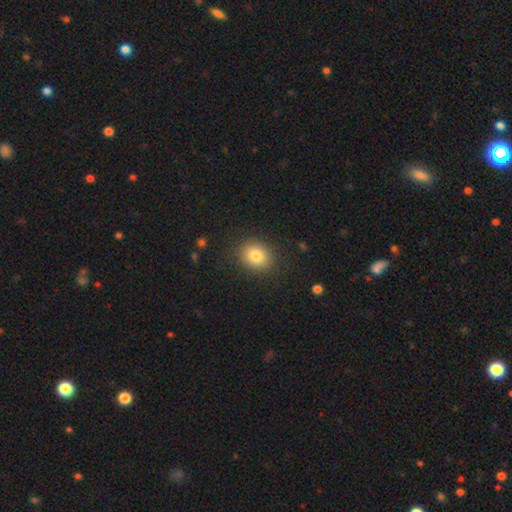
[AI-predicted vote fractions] Smooth or featured?
  - smooth: 81% *
  - star or artifact: 10%
  - featured or disk: 8%
How rounded?
  - round: 65% *
  - in between: 34%
  - cigar-shaped: 1%
Merging?
  - none: 88% *
  - minor disturbance: 8%
  - major disturbance: 3%
  - merger: 1%